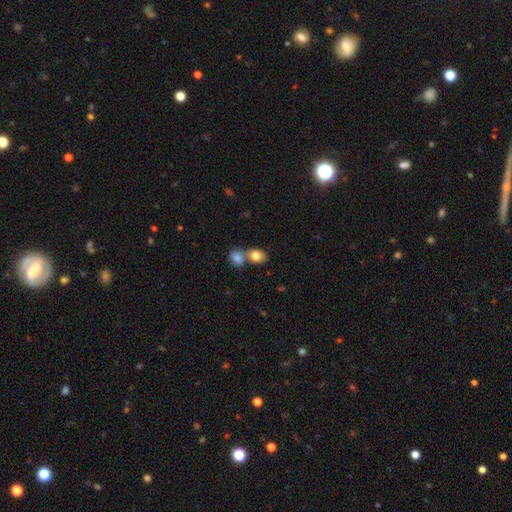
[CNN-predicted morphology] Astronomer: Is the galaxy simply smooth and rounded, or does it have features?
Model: smooth — 82%.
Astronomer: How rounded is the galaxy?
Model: in between — 62%.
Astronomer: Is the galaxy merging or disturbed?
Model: merger — 54% (runner-up: none, 35%).